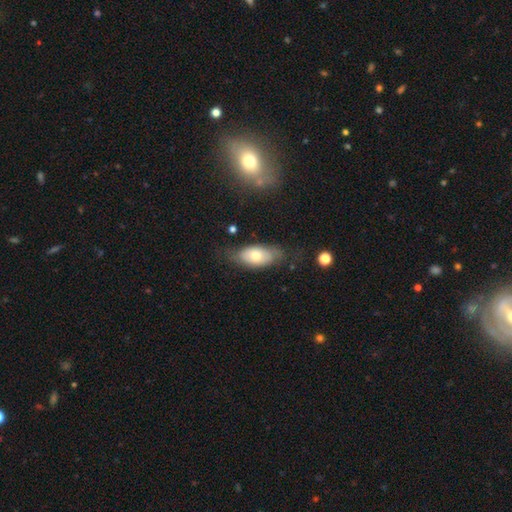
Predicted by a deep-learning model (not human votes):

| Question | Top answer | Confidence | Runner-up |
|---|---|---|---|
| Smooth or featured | smooth | 57% | featured or disk (36%) |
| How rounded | in between | 90% | cigar-shaped (5%) |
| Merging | none | 64% | minor disturbance (24%) |